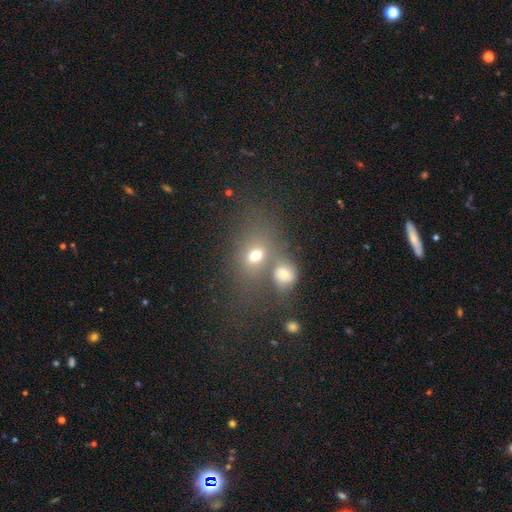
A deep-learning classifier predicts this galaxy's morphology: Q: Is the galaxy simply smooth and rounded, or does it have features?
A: smooth — 68%.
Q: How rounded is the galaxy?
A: in between — 52%.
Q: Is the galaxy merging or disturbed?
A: merger — 48%.